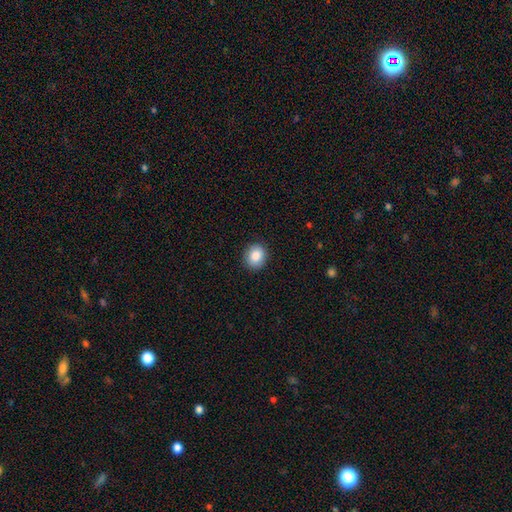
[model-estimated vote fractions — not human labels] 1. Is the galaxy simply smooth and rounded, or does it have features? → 85% smooth, 8% star or artifact, 6% featured or disk.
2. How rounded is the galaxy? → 77% round, 22% in between, 1% cigar-shaped.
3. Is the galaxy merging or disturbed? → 90% none, 7% minor disturbance, 2% major disturbance, 1% merger.